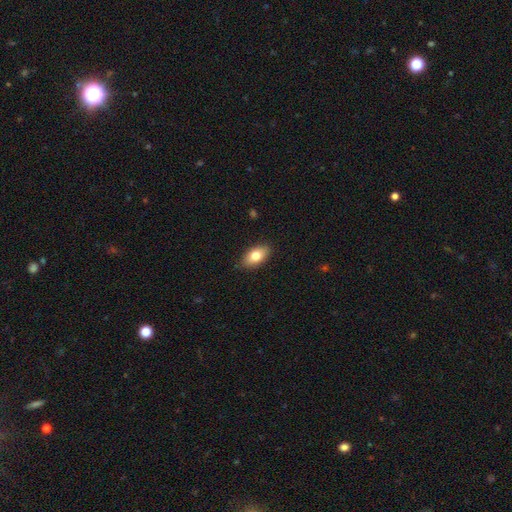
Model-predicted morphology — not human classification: The model was most divided on "smooth or featured": smooth: 79%, featured or disk: 14%, star or artifact: 7%. More confident: how rounded — in between (92%); merging — none (87%).